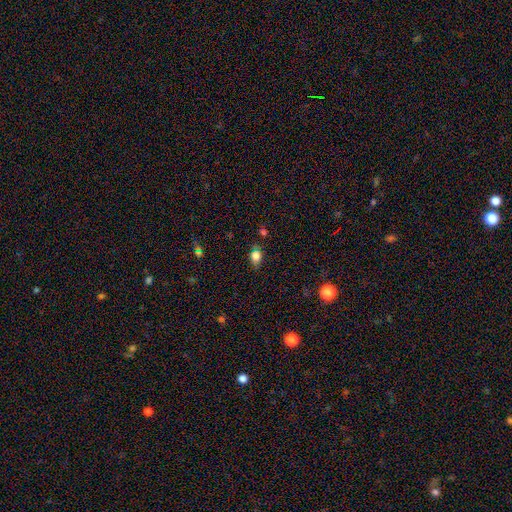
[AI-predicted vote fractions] Q: Smooth or featured?
A: smooth (79%); runner-up: star or artifact (13%)
Q: How rounded?
A: in between (70%); runner-up: round (27%)
Q: Merging?
A: none (71%); runner-up: minor disturbance (20%)